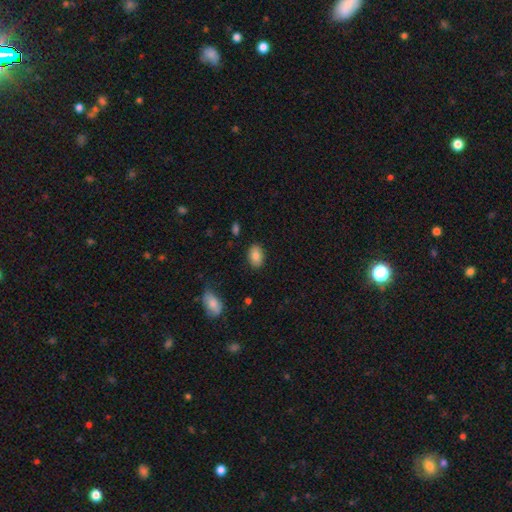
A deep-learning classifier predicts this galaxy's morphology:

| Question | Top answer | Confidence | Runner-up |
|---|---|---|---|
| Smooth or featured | smooth | 84% | featured or disk (8%) |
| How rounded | in between | 86% | round (13%) |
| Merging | none | 86% | minor disturbance (10%) |